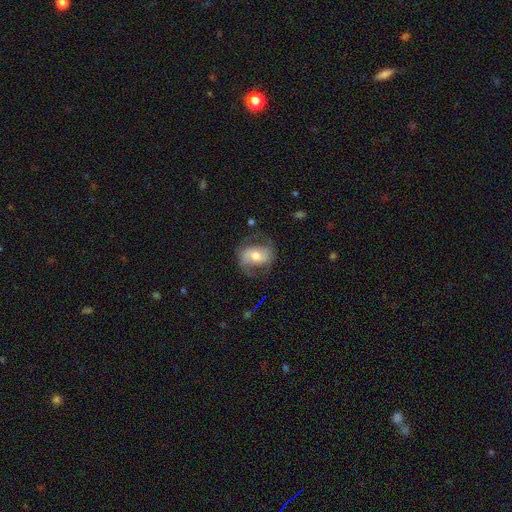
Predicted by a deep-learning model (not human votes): Smooth or featured: featured or disk — 71% (smooth — 22%)
Edge-on disk: no — 97% (yes — 3%)
Bar: no — 41% (weak — 37%)
Spiral arms: yes — 86% (no — 14%)
Spiral winding: medium — 49% (loose — 32%)
Spiral arm count: 2 — 87% (can't tell — 6%)
Bulge size: moderate — 67% (small — 22%)
Merging: none — 67% (minor disturbance — 18%)